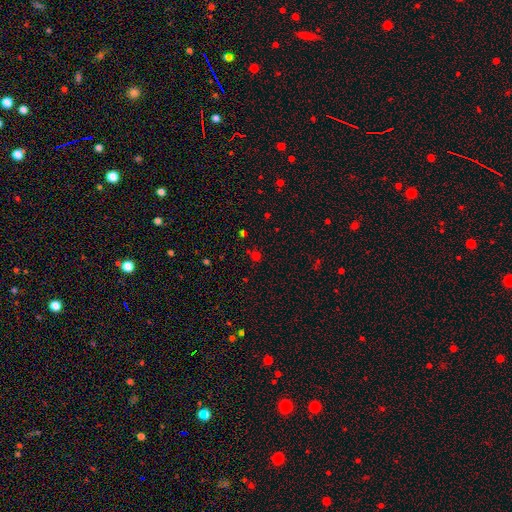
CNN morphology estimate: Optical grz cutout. It shows a smooth galaxy with no disk features (50%). Merging: none (76%).